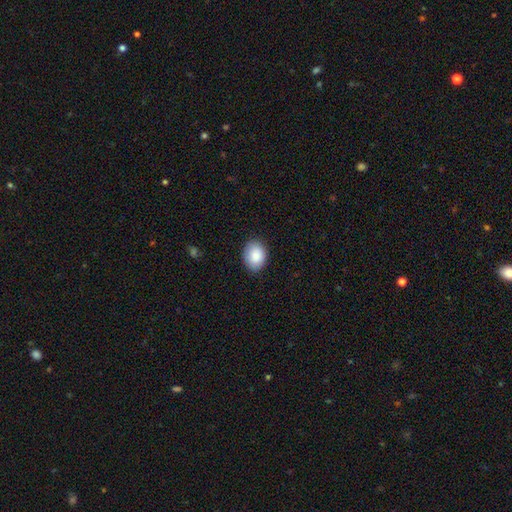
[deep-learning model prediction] Smooth or featured? smooth (88%)
How rounded? in between (69%)
Merging? none (86%)